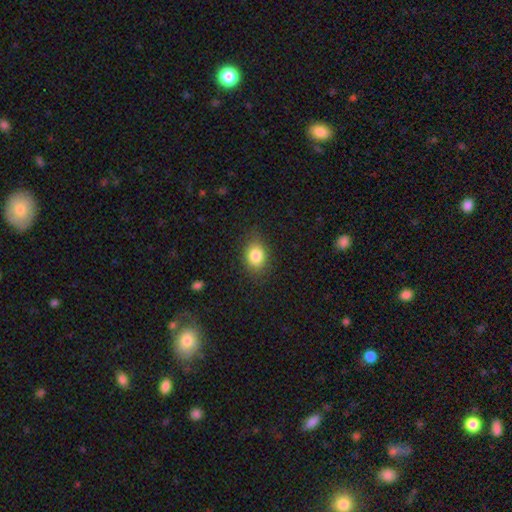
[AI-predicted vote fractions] Morphology: type=smooth (82%); roundness=in between (60%); merging=none (79%).